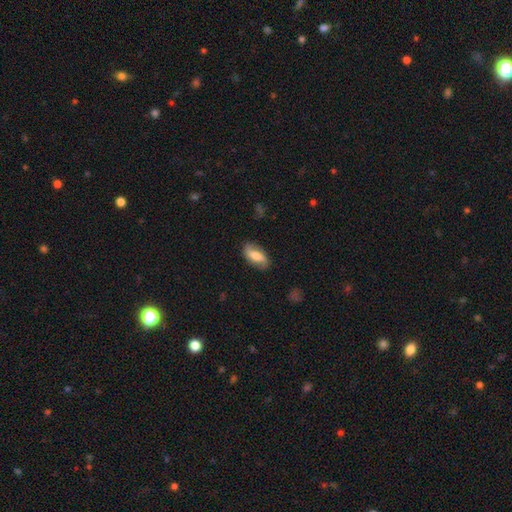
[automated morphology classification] The model was most divided on "smooth or featured": smooth: 55%, featured or disk: 39%, star or artifact: 7%. More confident: how rounded — in between (87%); merging — none (79%).